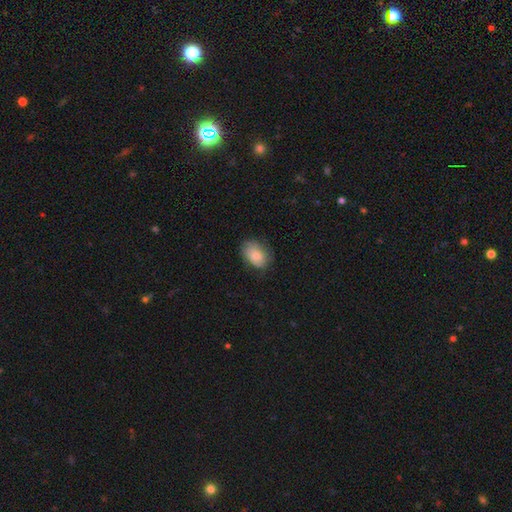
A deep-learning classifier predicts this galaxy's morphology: Smooth or featured?
  - smooth: 77% *
  - featured or disk: 16%
  - star or artifact: 7%
How rounded?
  - in between: 78% *
  - round: 21%
  - cigar-shaped: 1%
Merging?
  - none: 66% *
  - minor disturbance: 25%
  - major disturbance: 7%
  - merger: 1%